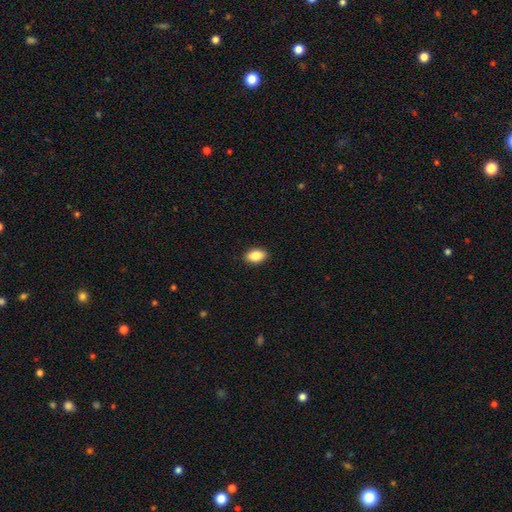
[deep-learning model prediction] smooth_or_featured: smooth (p=0.88) [alt: star or artifact p=0.07]
how_rounded: in between (p=0.91) [alt: round p=0.07]
merging: none (p=0.91) [alt: minor disturbance p=0.07]